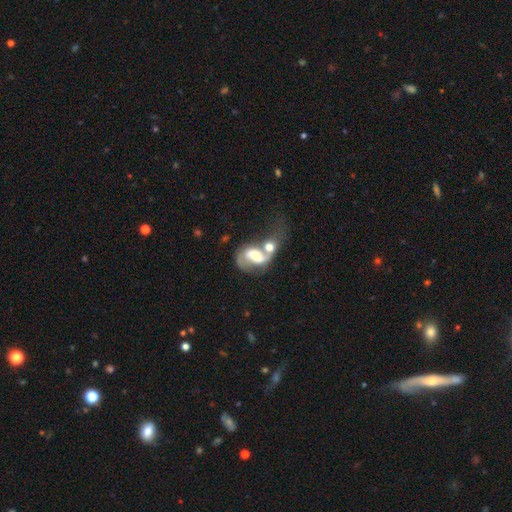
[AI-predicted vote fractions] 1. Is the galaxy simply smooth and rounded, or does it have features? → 66% featured or disk, 26% smooth, 8% star or artifact.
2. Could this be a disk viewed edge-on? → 97% no, 3% yes.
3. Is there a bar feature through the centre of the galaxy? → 38% weak (tied), 38% no (tied), 23% strong.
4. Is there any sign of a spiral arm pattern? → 80% yes, 20% no.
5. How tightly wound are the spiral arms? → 56% loose, 34% medium, 11% tight.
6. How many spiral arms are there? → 72% 2, 18% 1, 7% can't tell, 1% 3, 1% 4, 1% more than 4.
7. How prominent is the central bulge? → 40% moderate, 26% large, 19% small, 10% none, 5% dominant.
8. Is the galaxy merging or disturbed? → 57% merger, 19% major disturbance, 15% none, 9% minor disturbance.